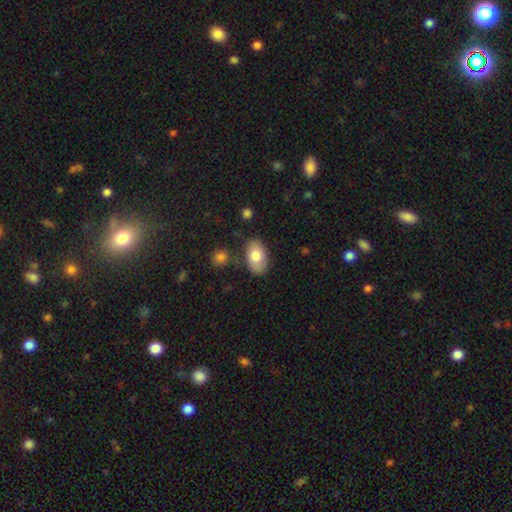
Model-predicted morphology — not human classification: Overall: smooth (77%). How rounded: in between (92%). Merging: none (80%).